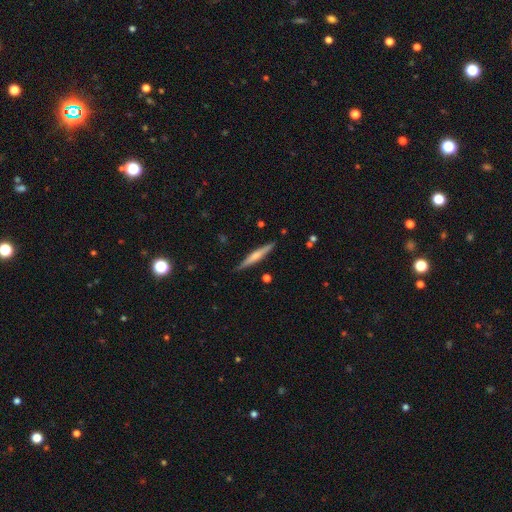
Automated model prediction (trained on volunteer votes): smooth-or-featured: featured or disk: 50% | smooth: 45% | star or artifact: 5%
  merging: none: 89% | minor disturbance: 8% | major disturbance: 1% | merger: 1%